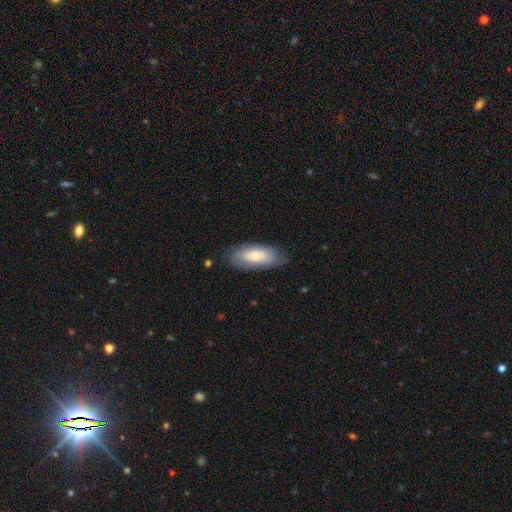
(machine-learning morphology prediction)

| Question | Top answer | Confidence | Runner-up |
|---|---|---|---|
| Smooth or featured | smooth | 69% | featured or disk (25%) |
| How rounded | in between | 82% | cigar-shaped (16%) |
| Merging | none | 75% | minor disturbance (19%) |